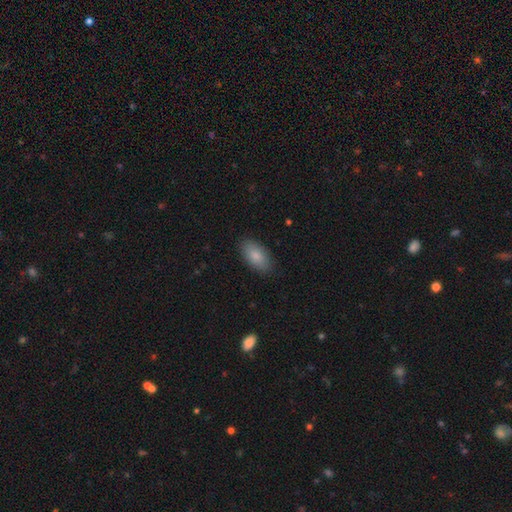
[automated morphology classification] smooth 86%, featured or disk 7%, star or artifact 6%. Down the decision tree: how rounded — in between (93%); merging — none (87%).